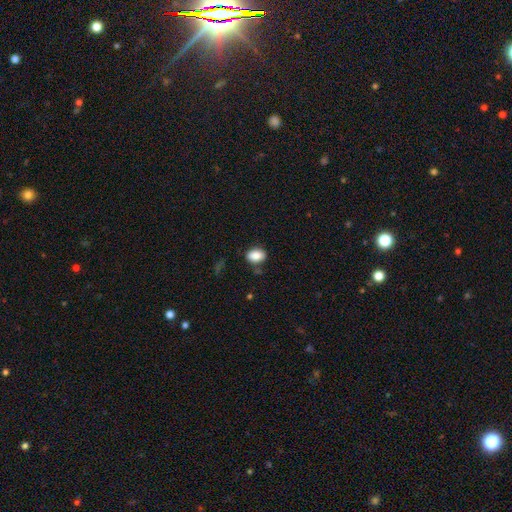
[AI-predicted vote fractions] smooth-or-featured: smooth: 86% | star or artifact: 8% | featured or disk: 6%
  how-rounded: in between: 77% | round: 22% | cigar-shaped: 1%
  merging: none: 78% | minor disturbance: 15% | major disturbance: 4% | merger: 3%